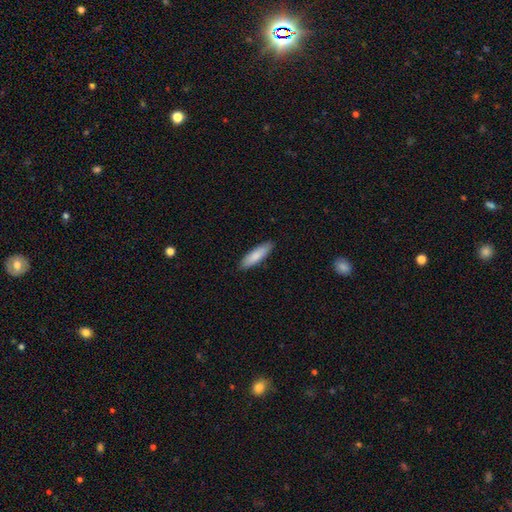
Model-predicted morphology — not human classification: type=smooth (85%); roundness=cigar-shaped (60%); merging=none (89%).